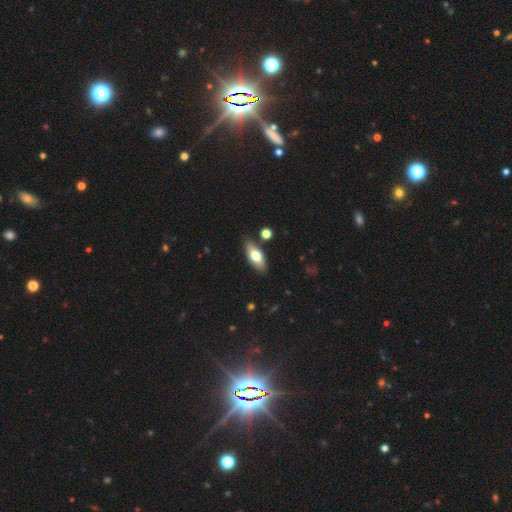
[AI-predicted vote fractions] smooth_or_featured: smooth (p=0.68) [alt: featured or disk p=0.26]
how_rounded: in between (p=0.77) [alt: cigar-shaped p=0.20]
merging: none (p=0.83) [alt: minor disturbance p=0.11]